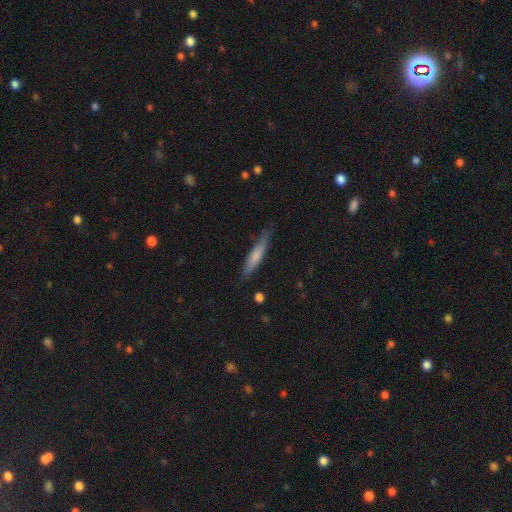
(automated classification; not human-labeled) This is likely a smooth galaxy (68%). How rounded: clearly cigar-shaped (89%). Merging: likely none (78%).